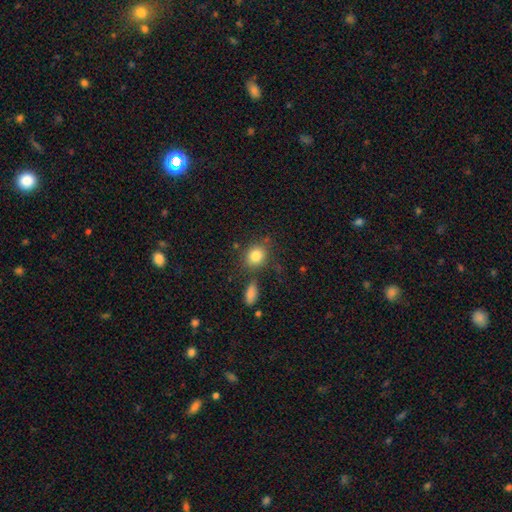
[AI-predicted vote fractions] This appears to be a smooth galaxy with no disk features (83%) that is round (65%). Merging: none (72%).